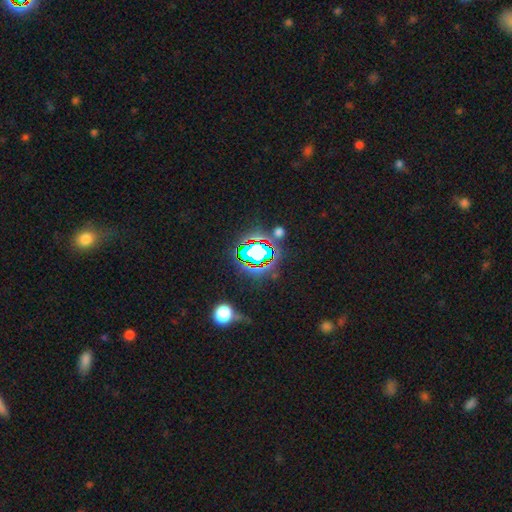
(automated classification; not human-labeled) Overall: star or artifact (78%).